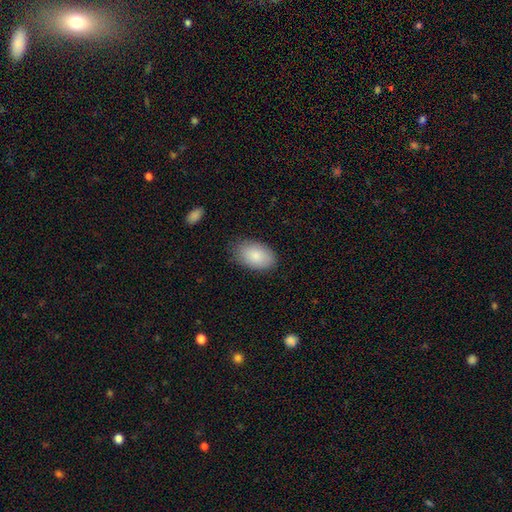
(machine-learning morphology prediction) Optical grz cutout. It shows a smooth galaxy with no disk features (86%) that is in between round and cigar-shaped (93%). Merging: none (82%).